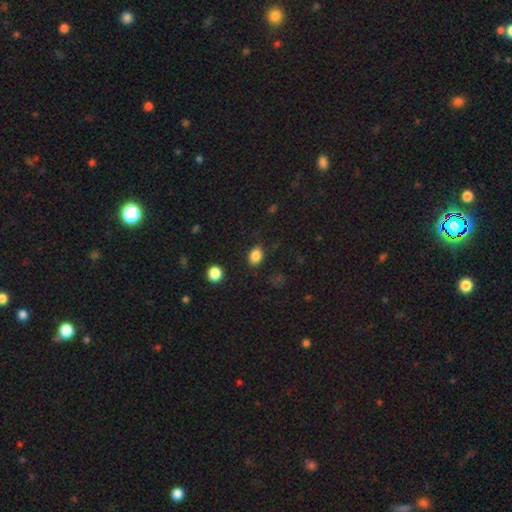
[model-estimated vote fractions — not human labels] This appears to be a smooth galaxy with no disk features (84%) that is in between round and cigar-shaped (71%). Merging: none (84%).